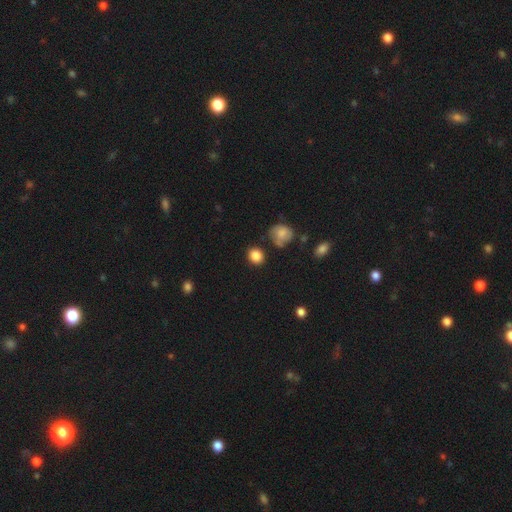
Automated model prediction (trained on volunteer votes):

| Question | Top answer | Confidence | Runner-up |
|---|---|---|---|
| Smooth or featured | smooth | 86% | star or artifact (10%) |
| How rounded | round | 75% | in between (24%) |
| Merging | none | 81% | minor disturbance (12%) |